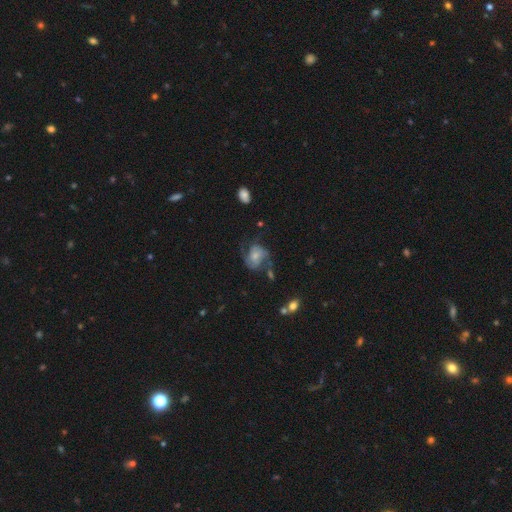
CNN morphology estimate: This appears to be a featured or disk galaxy (71%) with no bar (63%), 2 (61%) medium (47%) spiral arms (88%) and a small central bulge (45%). Merging: none (51%).